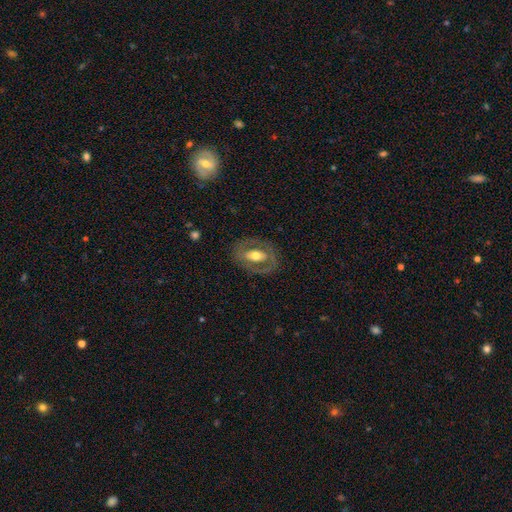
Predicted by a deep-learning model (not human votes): A featured or disk galaxy (63%) with no bar (45%), no spiral arms (70%) and a moderate central bulge (68%).

Vote fractions:
- Smooth or featured? featured or disk: 63% / smooth: 31% / star or artifact: 6%
- Edge-on disk? no: 90% / yes: 10%
- Bar? no: 45% / strong: 28% / weak: 27%
- Spiral arms? no: 70% / yes: 30%
- Bulge size? moderate: 68% / large: 17% / small: 12% / dominant: 1% / none: 1%
- Merging? none: 78% / minor disturbance: 13% / major disturbance: 8% / merger: 1%